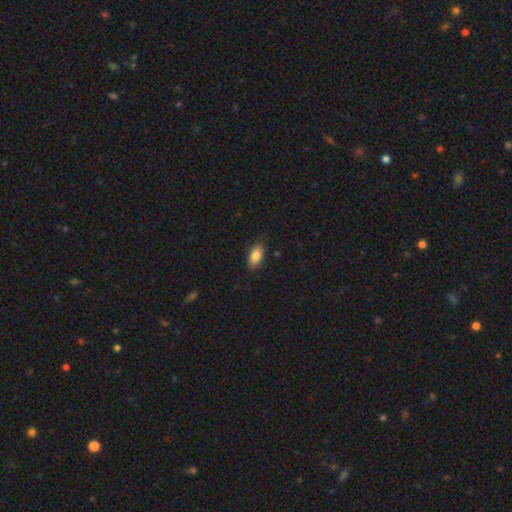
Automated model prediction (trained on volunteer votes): Smooth or featured?
  - smooth: 82% *
  - featured or disk: 10%
  - star or artifact: 7%
How rounded?
  - in between: 89% *
  - cigar-shaped: 7%
  - round: 4%
Merging?
  - none: 83% *
  - minor disturbance: 13%
  - major disturbance: 3%
  - merger: 1%